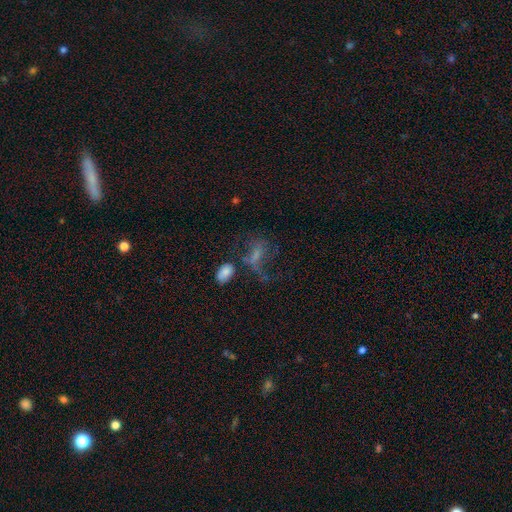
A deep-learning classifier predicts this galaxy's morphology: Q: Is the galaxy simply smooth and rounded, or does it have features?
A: featured or disk — 42%.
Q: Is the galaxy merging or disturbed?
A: none — 34%.